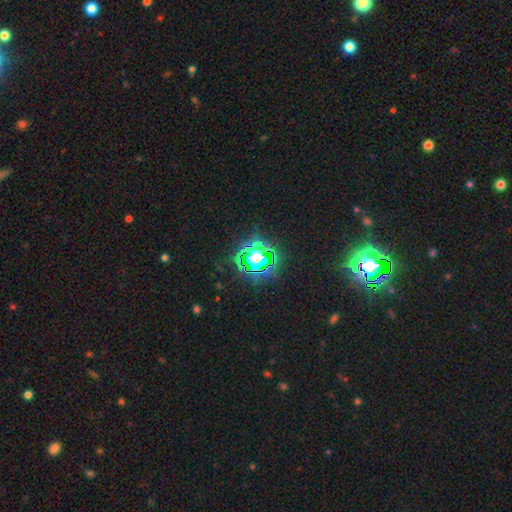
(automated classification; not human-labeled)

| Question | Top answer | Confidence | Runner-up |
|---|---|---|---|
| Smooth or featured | star or artifact | 75% | smooth (16%) |